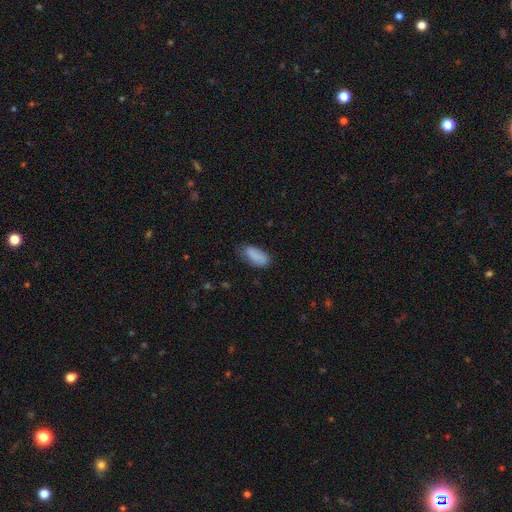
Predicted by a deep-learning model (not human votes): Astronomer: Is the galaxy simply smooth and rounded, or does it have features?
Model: smooth — 85%.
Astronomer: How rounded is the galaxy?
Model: in between — 90%.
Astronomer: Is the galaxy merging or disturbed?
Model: none — 64%.